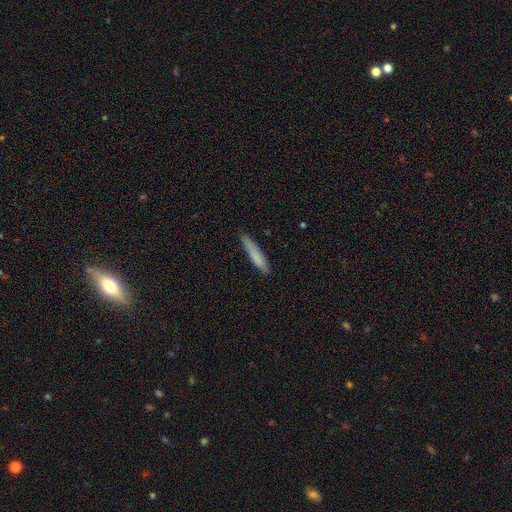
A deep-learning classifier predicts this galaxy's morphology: smooth 79%, featured or disk 15%, star or artifact 6%. Down the decision tree: how rounded — cigar-shaped (91%); merging — none (83%).